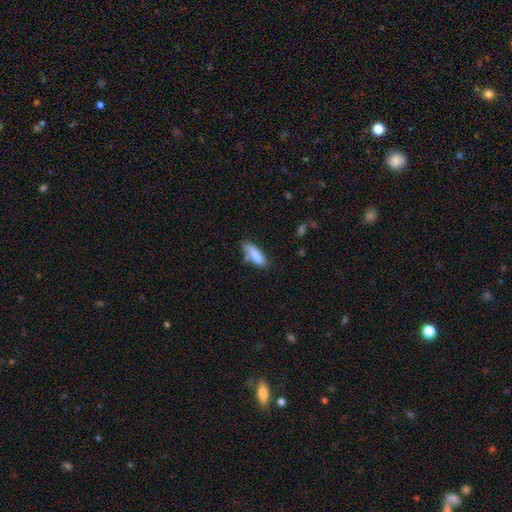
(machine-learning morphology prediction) Smooth or featured: smooth — 81% (featured or disk — 11%)
How rounded: cigar-shaped — 52% (in between — 46%)
Merging: none — 49% (minor disturbance — 26%)